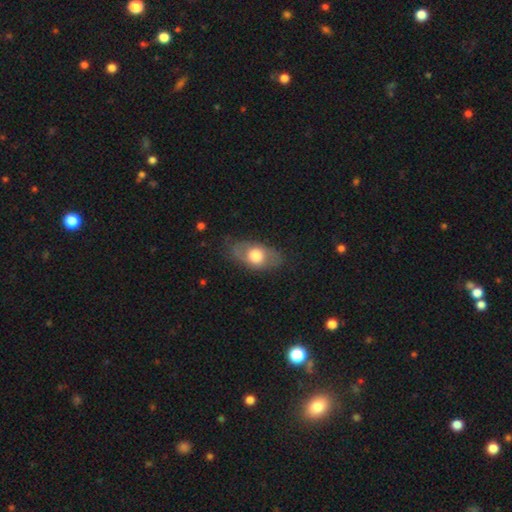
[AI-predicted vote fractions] Overall: smooth (53%; featured or disk 41%). How rounded: in between (83%). Merging: none (74%).